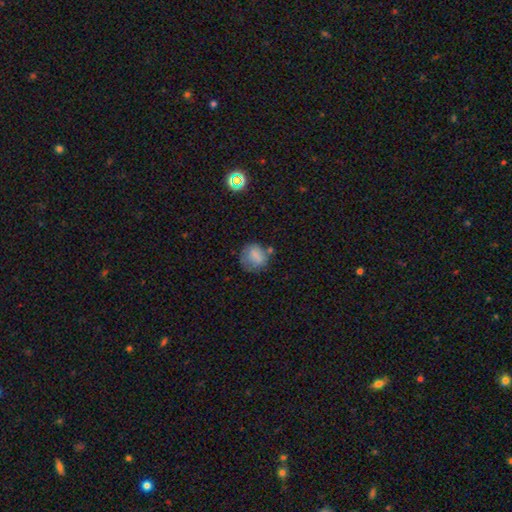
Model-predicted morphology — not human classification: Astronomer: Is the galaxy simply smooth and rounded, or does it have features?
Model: smooth — 75%.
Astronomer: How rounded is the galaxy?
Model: round — 73%.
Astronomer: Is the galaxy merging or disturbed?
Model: none — 55%.